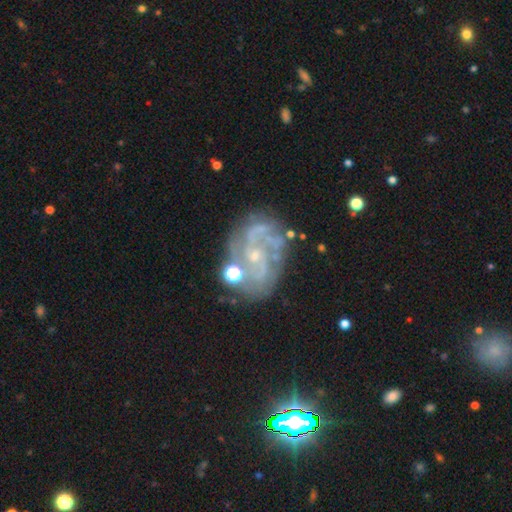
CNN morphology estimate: smooth-or-featured: featured or disk: 83% | star or artifact: 10% | smooth: 7%
  disk-edge-on: no: 98% | yes: 2%
    bar: no: 64% | weak: 30% | strong: 7%
    has-spiral-arms: yes: 92% | no: 8%
      spiral-winding: medium: 44% | tight: 39% | loose: 17%
      spiral-arm-count: 2: 35% | can't tell: 24% | 3: 21% | 4: 8% | 1: 6% | more than 4: 6%
    bulge-size: small: 75% | moderate: 17% | none: 6% | large: 1% | dominant: 1%
  merging: none: 62% | minor disturbance: 19% | major disturbance: 12% | merger: 7%